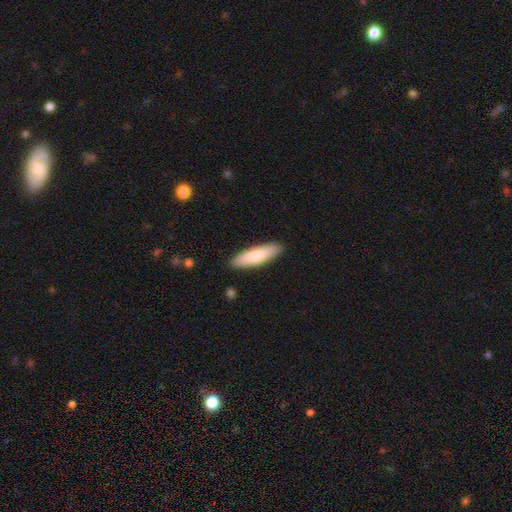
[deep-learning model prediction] Overall: smooth (76%). How rounded: cigar-shaped (56%; in between 42%). Merging: none (89%).